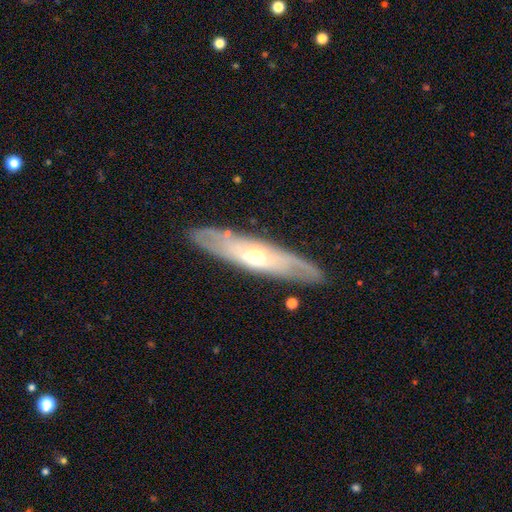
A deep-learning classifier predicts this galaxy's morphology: The model was most divided on "edge-on disk": no: 54%, yes: 46%. More confident: merging — none (84%); smooth or featured — featured or disk (70%).